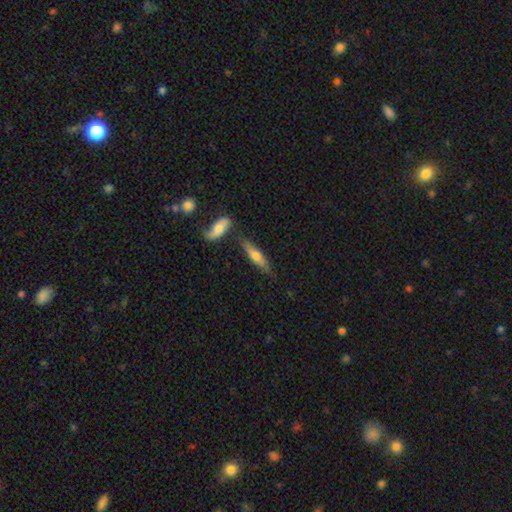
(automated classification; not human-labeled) Smooth or featured: smooth — 52% (featured or disk — 42%)
How rounded: cigar-shaped — 75% (in between — 23%)
Merging: none — 68% (minor disturbance — 15%)